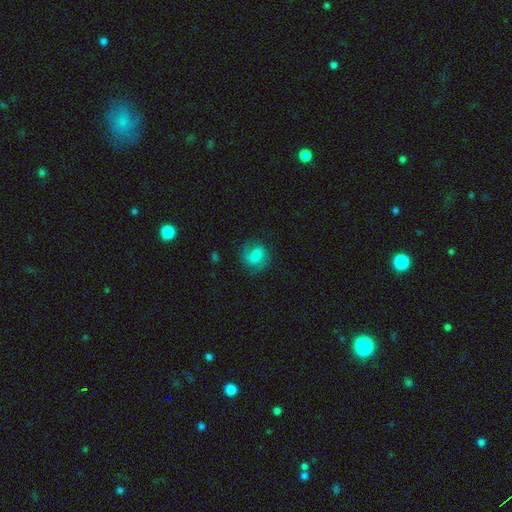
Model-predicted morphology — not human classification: Q: Smooth or featured?
A: smooth (59%); runner-up: featured or disk (32%)
Q: How rounded?
A: round (73%); runner-up: in between (26%)
Q: Merging?
A: none (67%); runner-up: minor disturbance (20%)